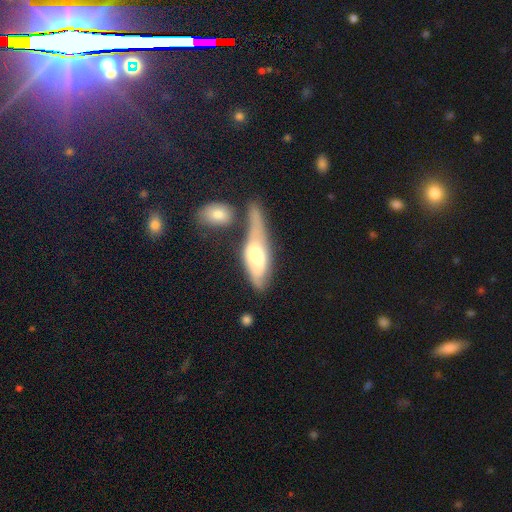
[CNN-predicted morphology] This is possibly a featured or disk galaxy (52%). It is possibly not viewed edge-on (55%). Merging: marginally none (36%).